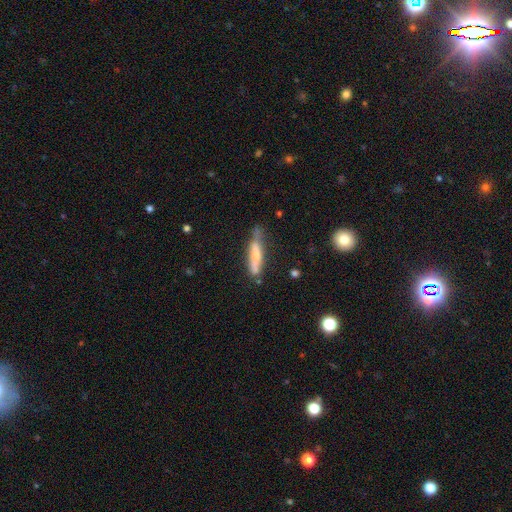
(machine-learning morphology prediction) A smooth galaxy with no disk features (57%) that is cigar-shaped (82%). Merging: none (52%).